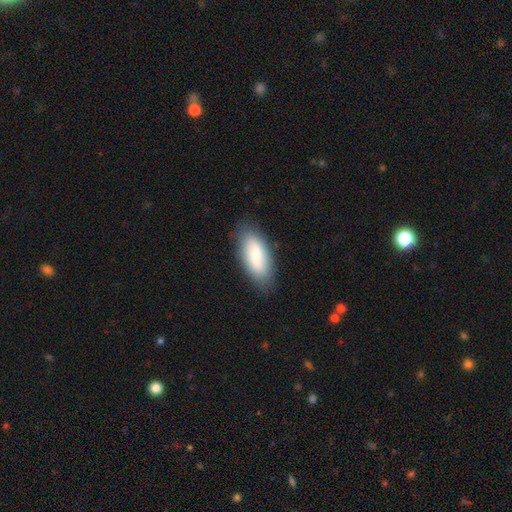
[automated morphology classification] A smooth galaxy with no disk features (75%) that is in between round and cigar-shaped (84%).

Vote fractions:
- Smooth or featured? smooth: 75% / featured or disk: 18% / star or artifact: 6%
- How rounded? in between: 84% / cigar-shaped: 13% / round: 2%
- Merging? none: 81% / minor disturbance: 14% / major disturbance: 3% / merger: 1%